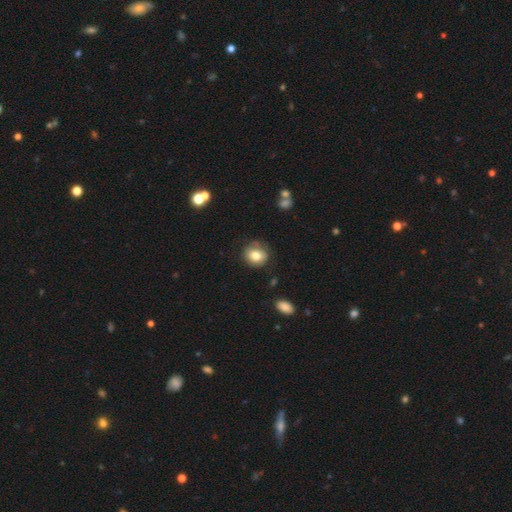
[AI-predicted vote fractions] This is likely a smooth galaxy (77%). How rounded: likely round (76%). Merging: likely none (75%).